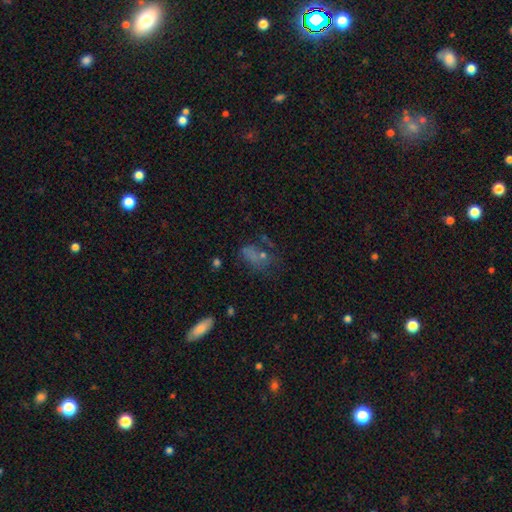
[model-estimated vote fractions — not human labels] smooth 50%, star or artifact 26%, featured or disk 24%. Down the decision tree: how rounded — in between (73%); merging — none (41%).